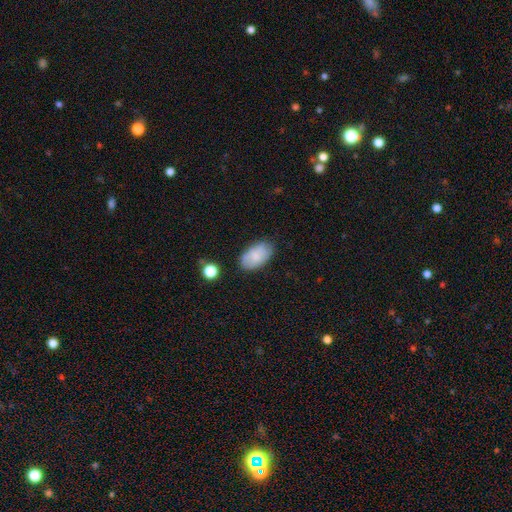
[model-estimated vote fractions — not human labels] Morphology: type=smooth (75%); roundness=in between (93%); merging=none (73%).